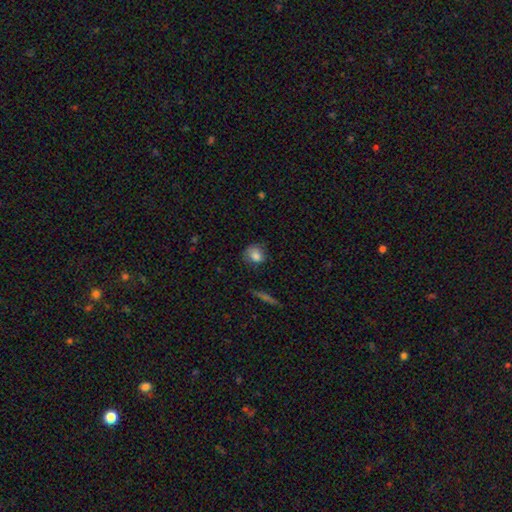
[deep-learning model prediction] Smooth or featured? smooth (81%)
How rounded? round (70%)
Merging? none (65%)